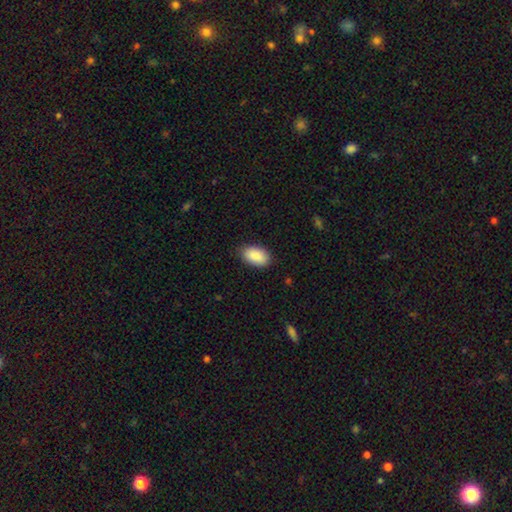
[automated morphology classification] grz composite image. It shows a smooth galaxy with no disk features (90%) that is in between round and cigar-shaped (94%). Merging: none (84%).